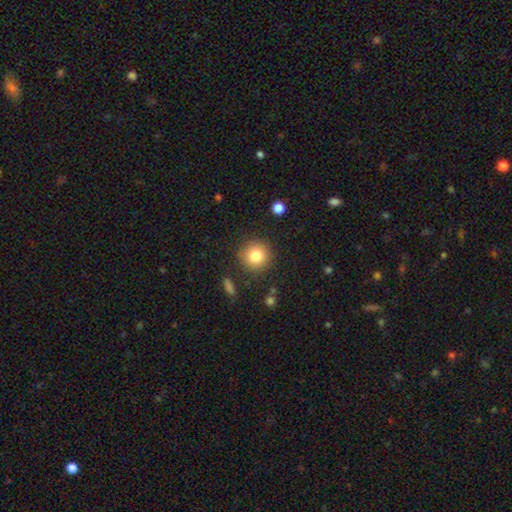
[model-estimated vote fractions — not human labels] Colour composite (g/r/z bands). It shows a smooth galaxy with no disk features (82%) that is round (93%). Merging: none (88%).